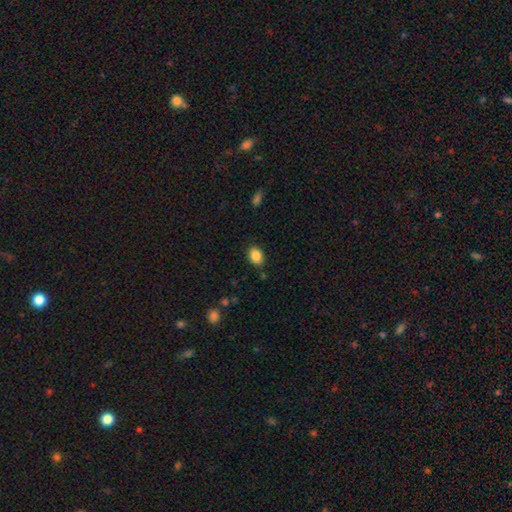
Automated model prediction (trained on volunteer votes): Smooth or featured? smooth (87%)
How rounded? in between (66%)
Merging? none (83%)